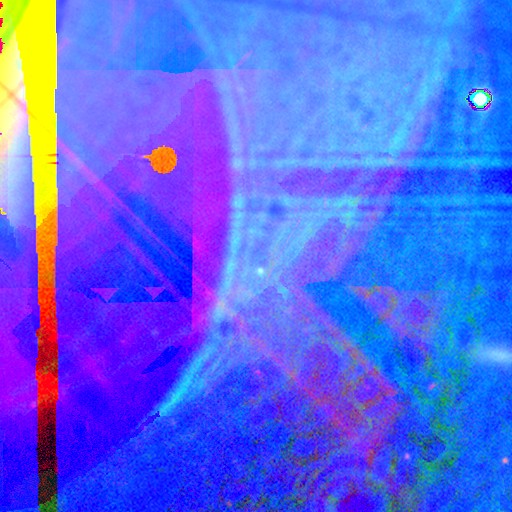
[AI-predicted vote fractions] This is clearly a star or artifact rather than a galaxy (89%).